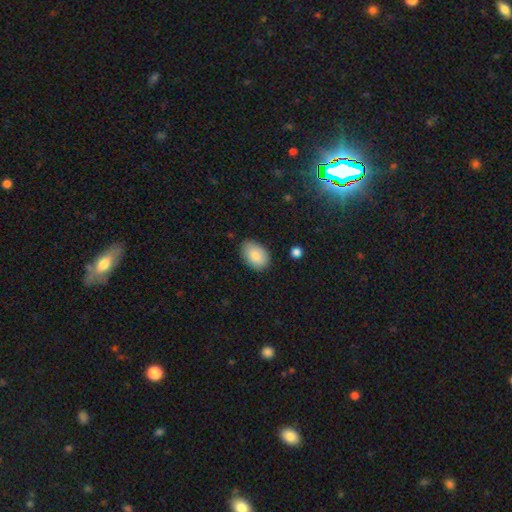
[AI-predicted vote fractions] smooth-or-featured: smooth: 85% | featured or disk: 8% | star or artifact: 7%
  how-rounded: in between: 89% | round: 10% | cigar-shaped: 1%
  merging: none: 81% | minor disturbance: 15% | major disturbance: 3% | merger: 2%